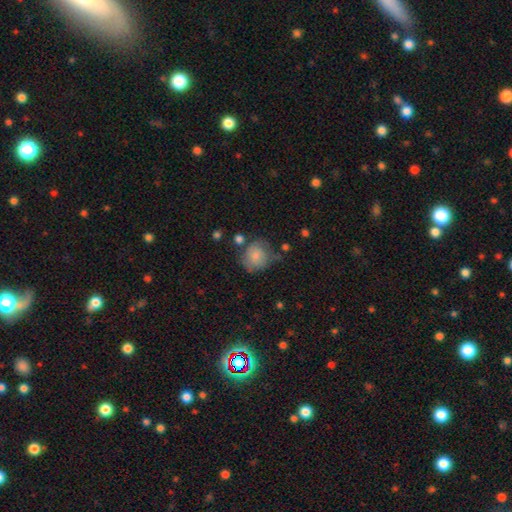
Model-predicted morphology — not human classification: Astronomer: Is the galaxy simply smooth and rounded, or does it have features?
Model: smooth — 76%.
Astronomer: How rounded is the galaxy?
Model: round — 79%.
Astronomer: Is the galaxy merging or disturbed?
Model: none — 49% (runner-up: minor disturbance, 29%).